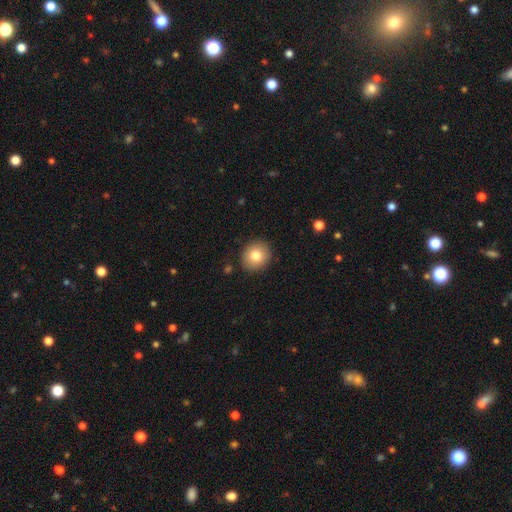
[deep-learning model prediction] Morphology: type=smooth (80%); roundness=round (81%); merging=none (89%).